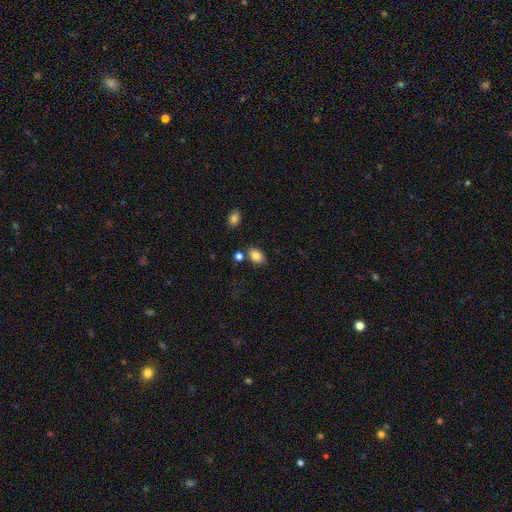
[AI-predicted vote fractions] Smooth or featured?
  - smooth: 84% *
  - star or artifact: 9%
  - featured or disk: 7%
How rounded?
  - in between: 80% *
  - round: 19%
  - cigar-shaped: 1%
Merging?
  - none: 77% *
  - minor disturbance: 12%
  - merger: 8%
  - major disturbance: 3%